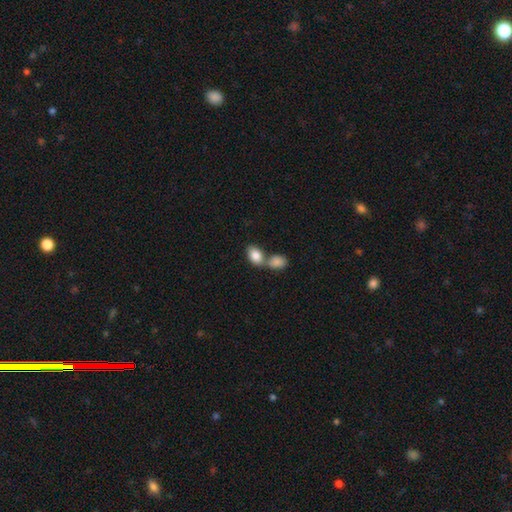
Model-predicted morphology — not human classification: A smooth galaxy with no disk features (85%) that is in between round and cigar-shaped (85%). Merging: merger (57%).